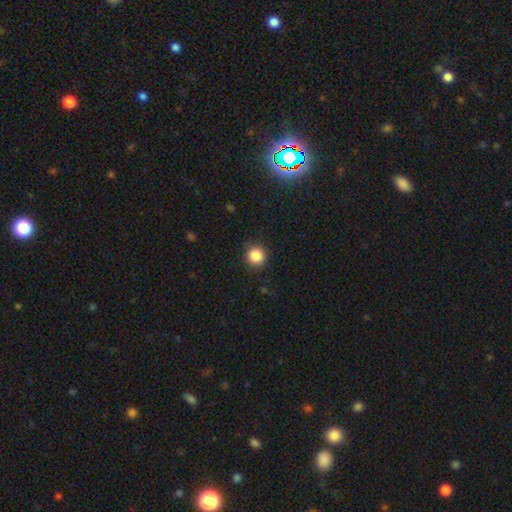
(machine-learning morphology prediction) Smooth or featured? Predicted: smooth (p=0.86). How rounded? Predicted: round (p=0.93). Merging? Predicted: none (p=0.87).